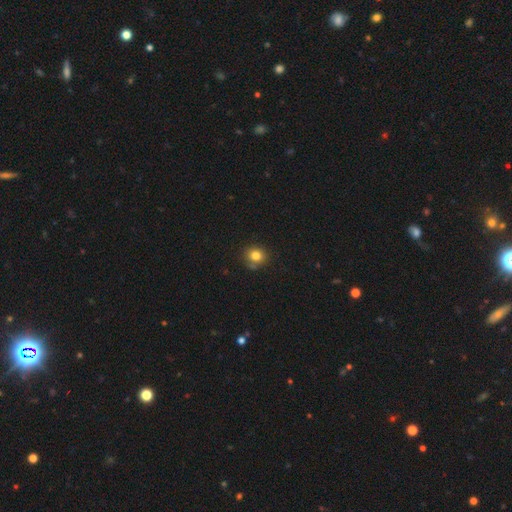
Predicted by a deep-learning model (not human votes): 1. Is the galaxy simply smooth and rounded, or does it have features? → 81% smooth, 12% star or artifact, 7% featured or disk.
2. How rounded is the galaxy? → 81% round, 18% in between, 1% cigar-shaped.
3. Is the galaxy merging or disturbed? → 78% none, 15% minor disturbance, 3% major disturbance, 3% merger.